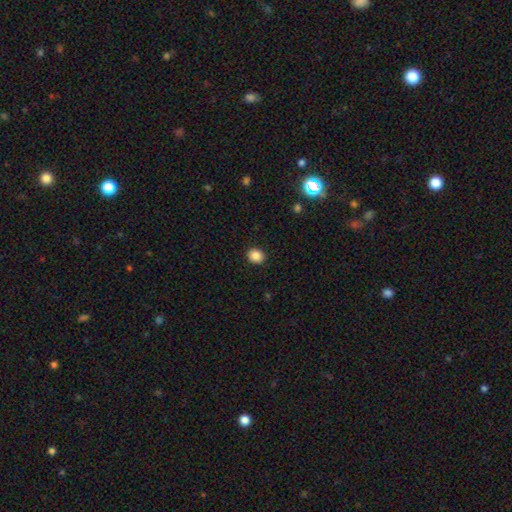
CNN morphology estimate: This appears to be a smooth galaxy with no disk features (85%) that is round (70%). Merging: none (91%).